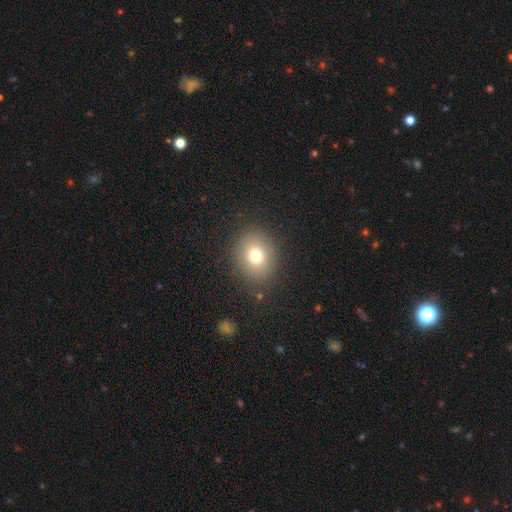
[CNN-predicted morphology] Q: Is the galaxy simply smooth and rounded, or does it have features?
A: smooth — 74%.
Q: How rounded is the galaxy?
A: round — 63%.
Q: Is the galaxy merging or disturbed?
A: none — 85%.